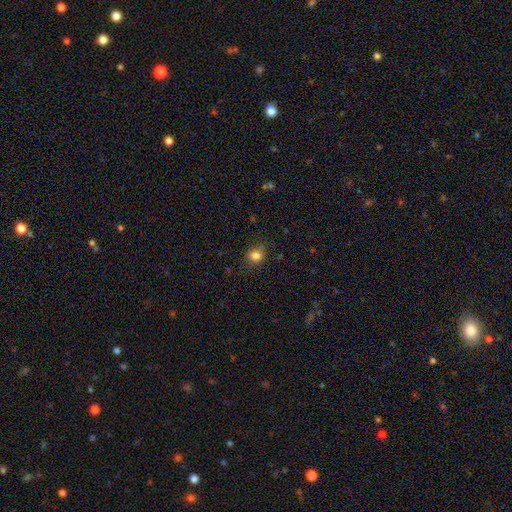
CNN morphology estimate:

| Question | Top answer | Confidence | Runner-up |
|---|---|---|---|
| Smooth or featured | smooth | 83% | star or artifact (12%) |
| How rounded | round | 74% | in between (25%) |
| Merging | none | 82% | minor disturbance (13%) |